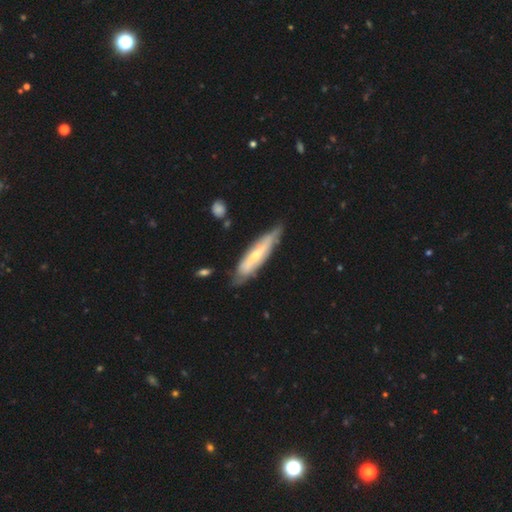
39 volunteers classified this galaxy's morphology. This appears to be a featured or disk galaxy (62%) viewed edge-on (71%) with a rounded central bulge (76%). Merging: none (59%).